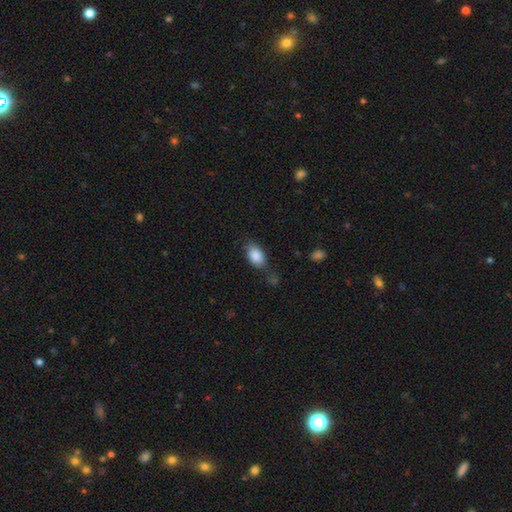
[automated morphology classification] Smooth or featured: smooth — 86% (featured or disk — 7%)
How rounded: in between — 89% (round — 9%)
Merging: none — 65% (minor disturbance — 23%)